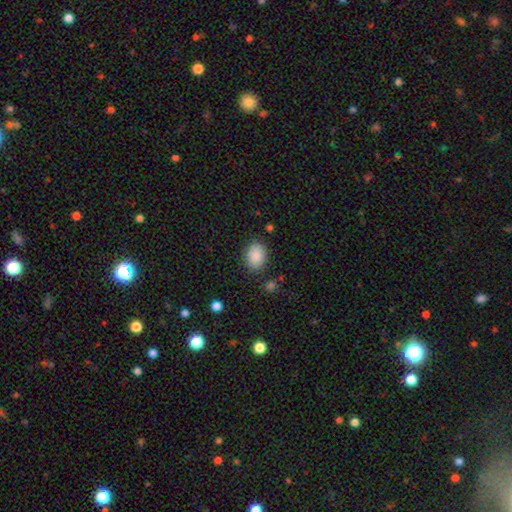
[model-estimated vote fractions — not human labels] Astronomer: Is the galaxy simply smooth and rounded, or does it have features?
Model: smooth — 88%.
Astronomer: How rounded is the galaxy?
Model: in between — 76%.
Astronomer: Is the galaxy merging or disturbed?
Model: none — 84%.